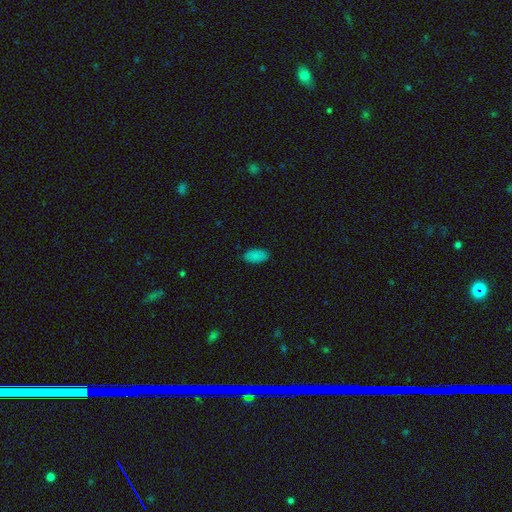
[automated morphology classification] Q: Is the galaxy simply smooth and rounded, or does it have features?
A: smooth — 86%.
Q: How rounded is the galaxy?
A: in between — 94%.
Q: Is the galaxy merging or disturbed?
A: none — 85%.